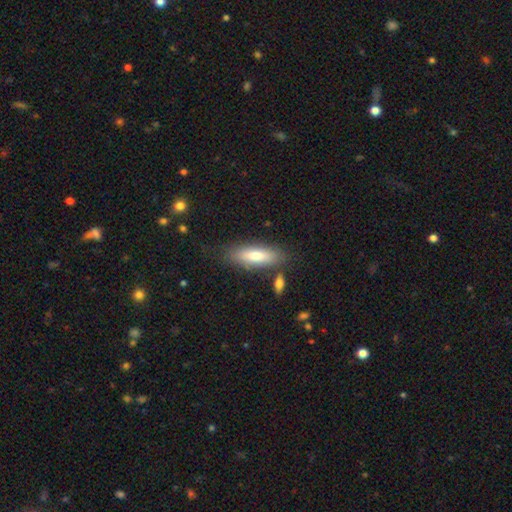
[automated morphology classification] Smooth or featured: smooth — 73% (featured or disk — 20%)
How rounded: in between — 54% (cigar-shaped — 44%)
Merging: none — 81% (minor disturbance — 12%)